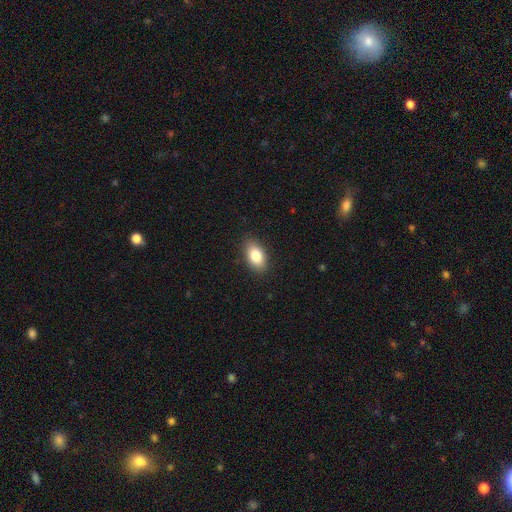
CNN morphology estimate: Smooth or featured?
  - smooth: 83% *
  - featured or disk: 10%
  - star or artifact: 8%
How rounded?
  - in between: 91% *
  - round: 6%
  - cigar-shaped: 3%
Merging?
  - none: 87% *
  - minor disturbance: 9%
  - major disturbance: 2%
  - merger: 1%